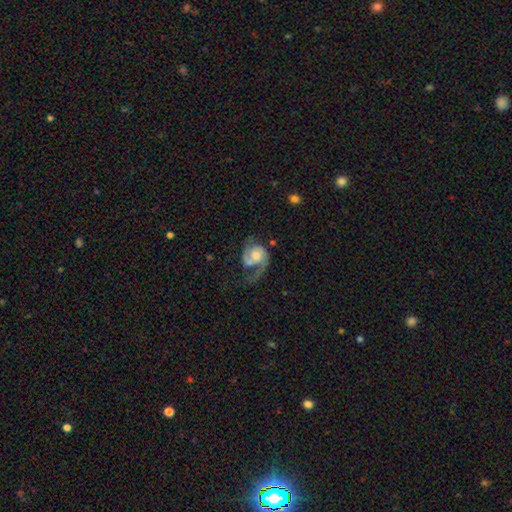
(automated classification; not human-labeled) Smooth or featured? featured or disk (79%)
Edge-on disk? no (98%)
Bar? no (69%)
Spiral arms? yes (94%)
Spiral winding? medium (43%)
Spiral arm count? 2 (53%)
Bulge size? moderate (43%)
Merging? none (42%)